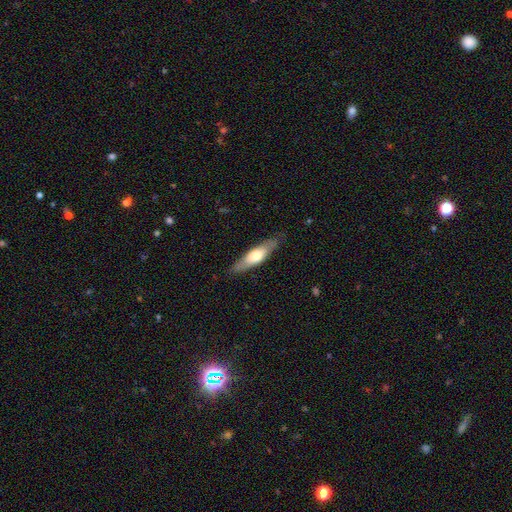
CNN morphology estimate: A smooth galaxy with no disk features (52%) that is cigar-shaped (64%). Merging: none (83%).